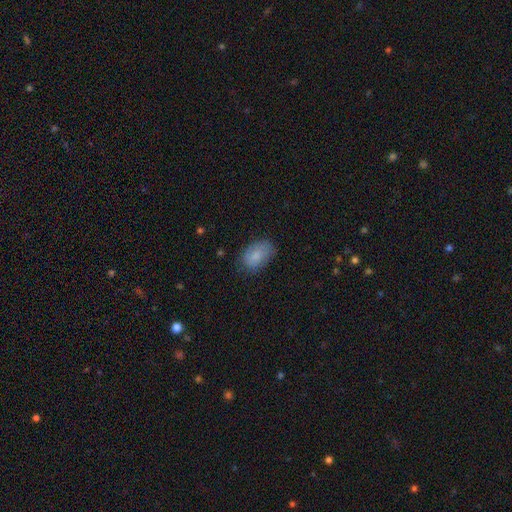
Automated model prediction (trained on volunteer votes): smooth_or_featured: smooth (p=0.83) [alt: featured or disk p=0.10]
how_rounded: in between (p=0.89) [alt: round p=0.10]
merging: none (p=0.72) [alt: minor disturbance p=0.21]